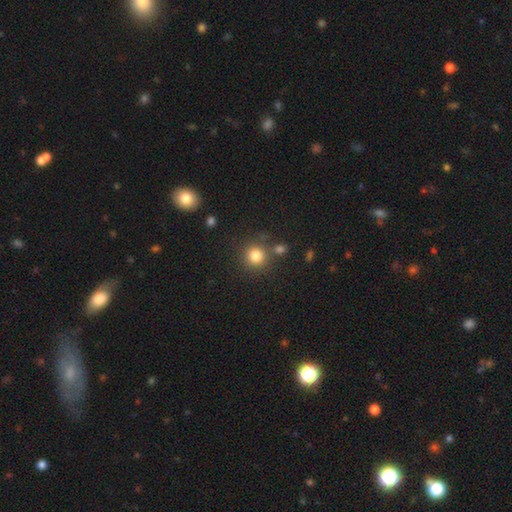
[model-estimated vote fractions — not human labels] A smooth galaxy with no disk features (82%) that is round (91%). Merging: none (76%).